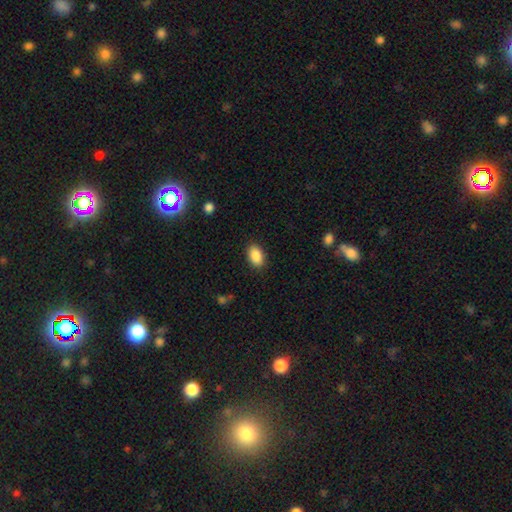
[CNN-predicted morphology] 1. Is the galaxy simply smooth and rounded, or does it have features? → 89% smooth, 7% star or artifact, 4% featured or disk.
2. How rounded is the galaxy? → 91% in between, 7% round, 2% cigar-shaped.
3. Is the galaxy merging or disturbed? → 88% none, 9% minor disturbance, 2% major disturbance, 1% merger.